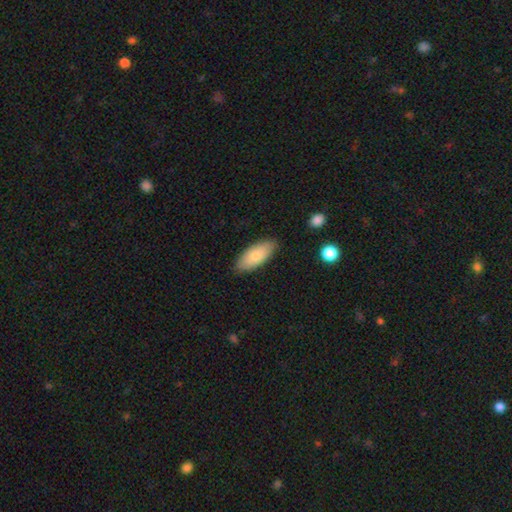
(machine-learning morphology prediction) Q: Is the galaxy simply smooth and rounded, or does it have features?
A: smooth — 80%.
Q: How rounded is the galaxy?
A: in between — 86%.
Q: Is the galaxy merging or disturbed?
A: none — 84%.